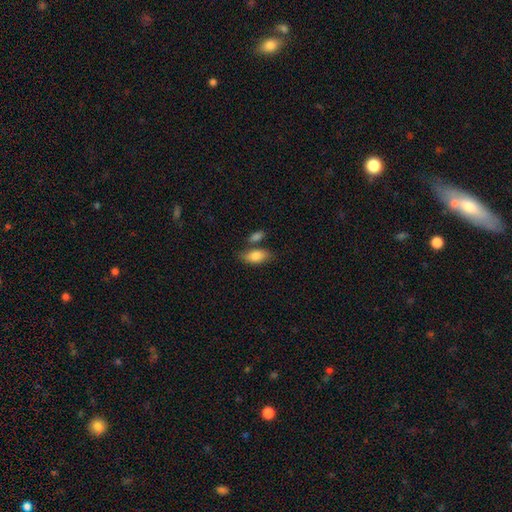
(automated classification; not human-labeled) Q: Smooth or featured?
A: smooth (83%); runner-up: featured or disk (11%)
Q: How rounded?
A: in between (89%); runner-up: cigar-shaped (7%)
Q: Merging?
A: none (62%); runner-up: merger (19%)